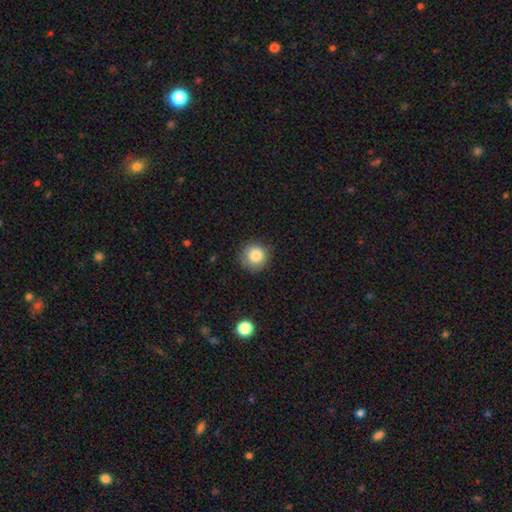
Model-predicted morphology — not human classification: This is clearly a smooth galaxy (84%). How rounded: clearly round (94%). Merging: clearly none (85%).